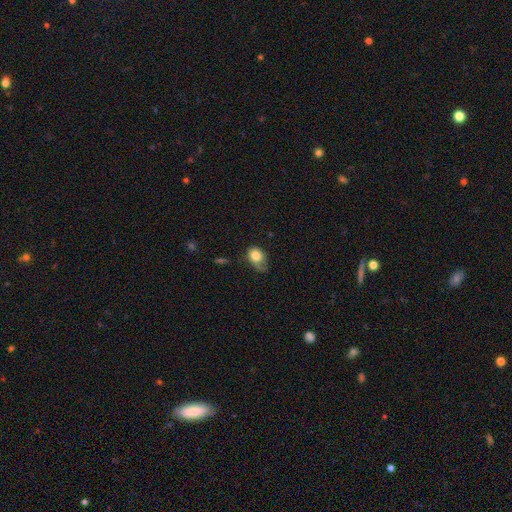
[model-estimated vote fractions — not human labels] smooth 79%, featured or disk 12%, star or artifact 8%. Down the decision tree: how rounded — in between (63%); merging — minor disturbance (41%).